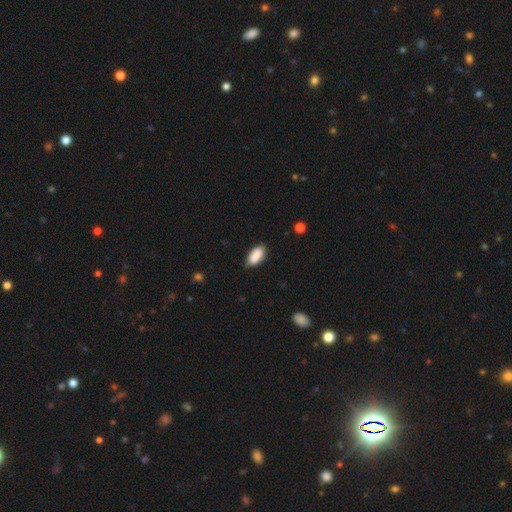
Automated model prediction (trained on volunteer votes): The model was most divided on "merging": none: 79%, minor disturbance: 17%, major disturbance: 3%, merger: 1%. More confident: how rounded — in between (88%); smooth or featured — smooth (88%).